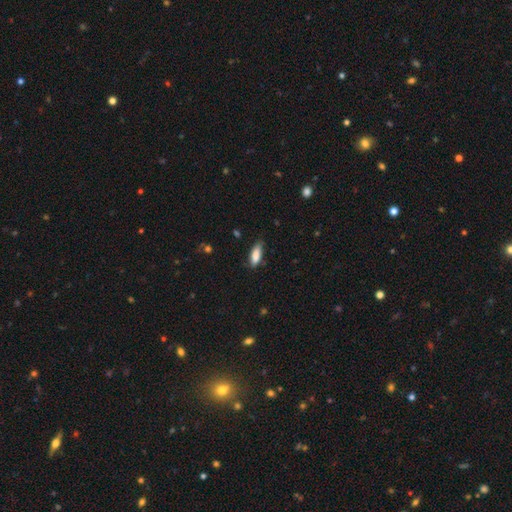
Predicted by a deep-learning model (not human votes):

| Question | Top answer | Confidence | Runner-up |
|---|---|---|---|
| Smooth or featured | smooth | 85% | featured or disk (8%) |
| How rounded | in between | 69% | cigar-shaped (29%) |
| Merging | none | 71% | minor disturbance (23%) |